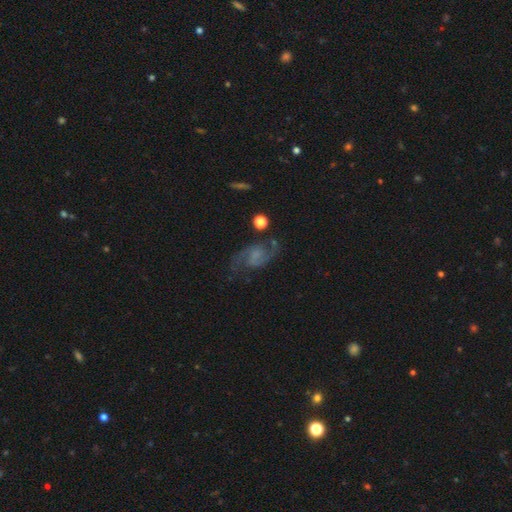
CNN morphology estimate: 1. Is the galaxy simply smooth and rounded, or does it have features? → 82% featured or disk, 10% smooth, 8% star or artifact.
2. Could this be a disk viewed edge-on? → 97% no, 3% yes.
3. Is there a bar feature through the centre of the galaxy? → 46% weak, 43% no, 11% strong.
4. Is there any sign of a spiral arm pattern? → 95% yes, 5% no.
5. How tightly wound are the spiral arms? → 50% medium, 37% loose, 13% tight.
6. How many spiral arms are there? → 91% 2, 4% can't tell, 2% 1, 1% 3, 1% 4, 1% more than 4.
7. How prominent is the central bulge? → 50% none, 30% small, 15% moderate, 3% large, 1% dominant.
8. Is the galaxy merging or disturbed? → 70% none, 17% minor disturbance, 10% major disturbance, 3% merger.